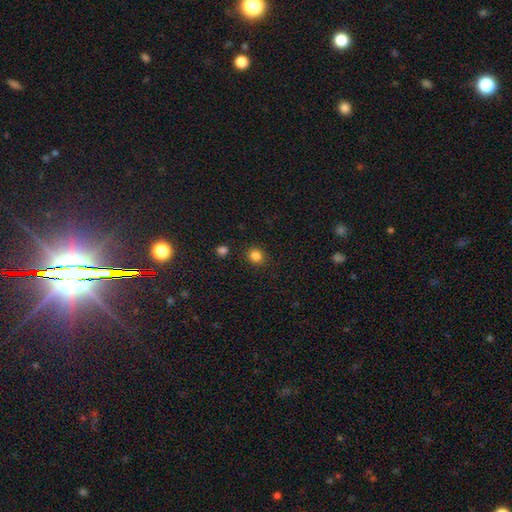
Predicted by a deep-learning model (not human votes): Smooth or featured: smooth — 84% (star or artifact — 12%)
How rounded: round — 76% (in between — 23%)
Merging: none — 87% (minor disturbance — 8%)